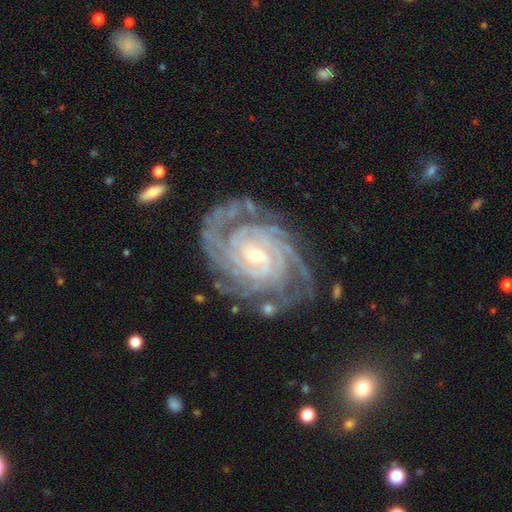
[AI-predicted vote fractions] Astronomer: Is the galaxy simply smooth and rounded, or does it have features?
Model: featured or disk — 93%.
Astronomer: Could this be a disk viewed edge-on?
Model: no — 98%.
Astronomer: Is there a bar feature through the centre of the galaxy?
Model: weak — 41% (runner-up: no, 38%).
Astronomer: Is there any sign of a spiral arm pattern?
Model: yes — 99%.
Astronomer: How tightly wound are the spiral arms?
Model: tight — 84%.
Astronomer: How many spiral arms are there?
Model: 4 — 32% (runner-up: 3, 19%).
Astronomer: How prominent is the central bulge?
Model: small — 58% (runner-up: moderate, 39%).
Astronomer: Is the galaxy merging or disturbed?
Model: none — 73%.